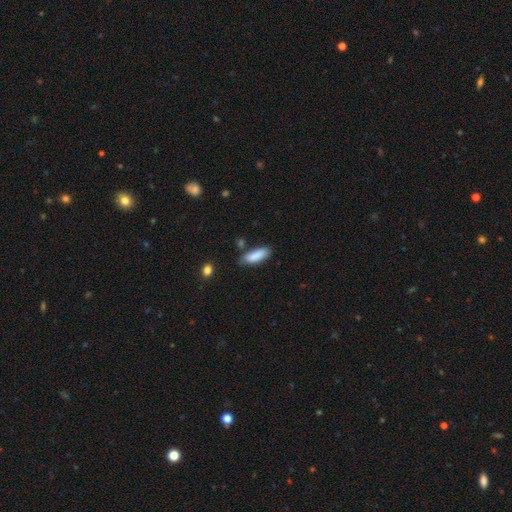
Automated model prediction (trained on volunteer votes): Smooth or featured: smooth — 88% (star or artifact — 6%)
How rounded: in between — 60% (cigar-shaped — 38%)
Merging: none — 75% (minor disturbance — 17%)